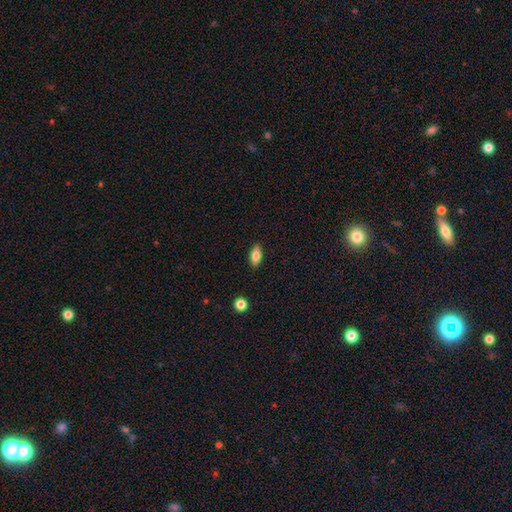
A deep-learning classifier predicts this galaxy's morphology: Q: Smooth or featured?
A: smooth (77%); runner-up: featured or disk (16%)
Q: How rounded?
A: in between (84%); runner-up: cigar-shaped (13%)
Q: Merging?
A: none (89%); runner-up: minor disturbance (8%)